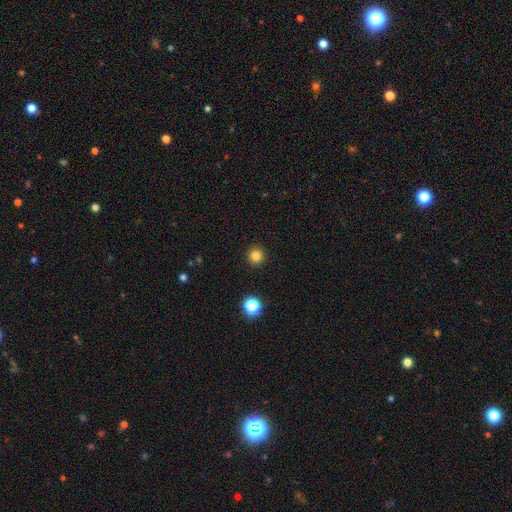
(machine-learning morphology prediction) A smooth galaxy with no disk features (82%) that is round (95%). Merging: none (93%).